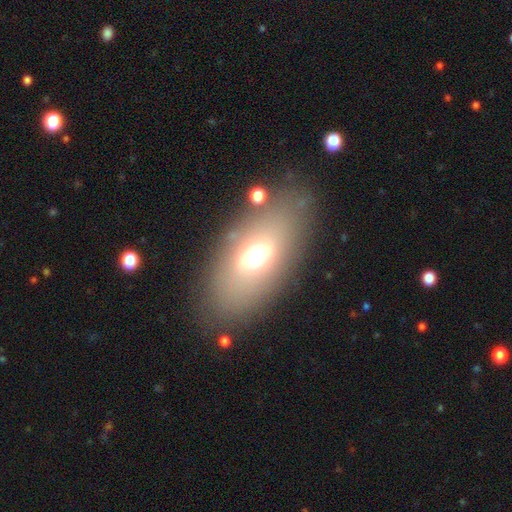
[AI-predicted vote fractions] This is likely a smooth galaxy (61%). How rounded: clearly in between (81%). Merging: likely none (76%).